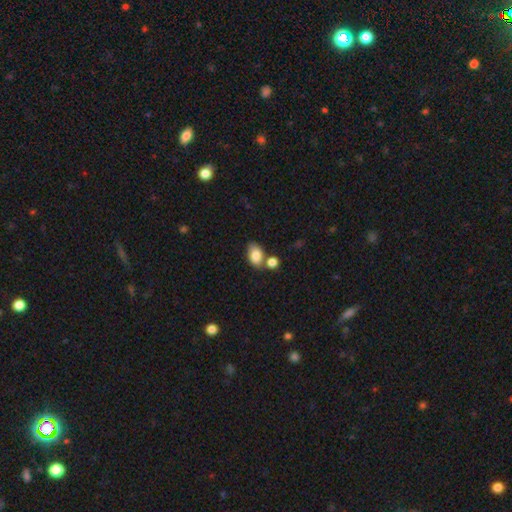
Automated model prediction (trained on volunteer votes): This appears to be a smooth galaxy with no disk features (83%) that is in between round and cigar-shaped (85%). Merging: none (54%).